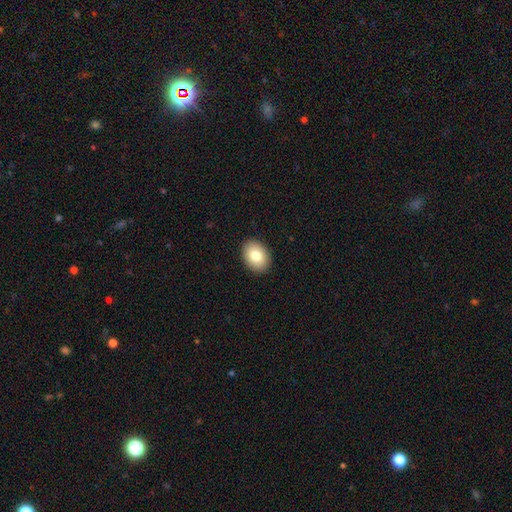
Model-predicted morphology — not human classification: smooth-or-featured: smooth: 81% | featured or disk: 11% | star or artifact: 8%
  how-rounded: in between: 71% | round: 29% | cigar-shaped: 1%
  merging: none: 91% | minor disturbance: 7% | major disturbance: 2% | merger: 1%